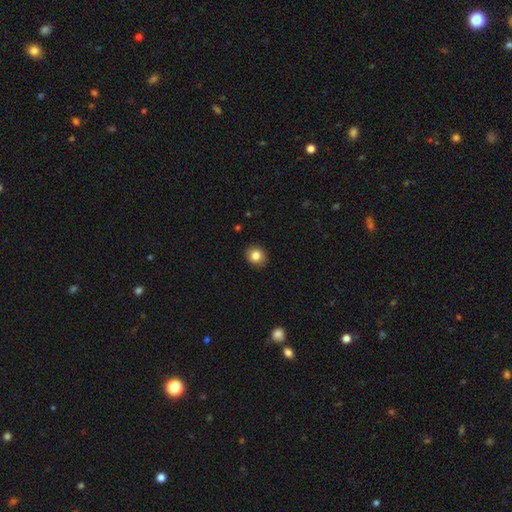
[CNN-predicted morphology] smooth-or-featured: smooth: 83% | star or artifact: 10% | featured or disk: 7%
  how-rounded: round: 77% | in between: 23% | cigar-shaped: 1%
  merging: none: 90% | minor disturbance: 7% | major disturbance: 2% | merger: 1%